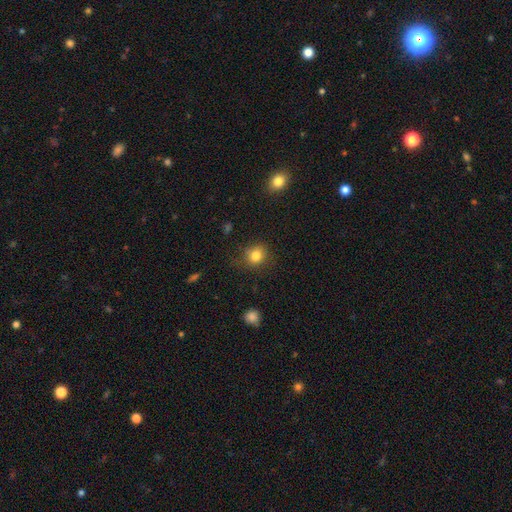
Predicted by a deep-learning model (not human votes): Morphology: type=smooth (81%); roundness=round (82%); merging=none (79%).